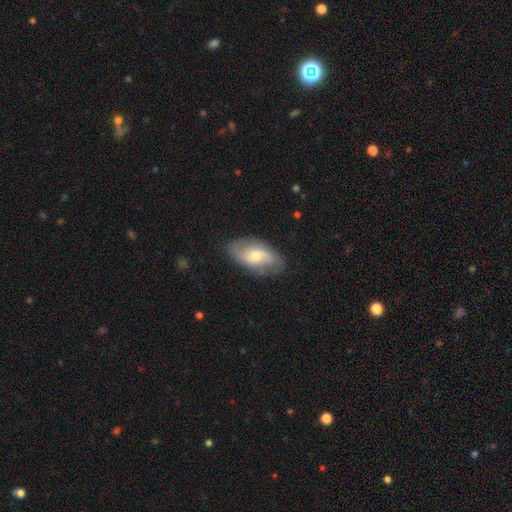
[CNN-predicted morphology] Smooth or featured: featured or disk — 60% (smooth — 34%)
Edge-on disk: no — 92% (yes — 8%)
Bar: no — 54% (weak — 36%)
Spiral arms: yes — 79% (no — 21%)
Bulge size: moderate — 57% (small — 37%)
Merging: none — 78% (minor disturbance — 16%)